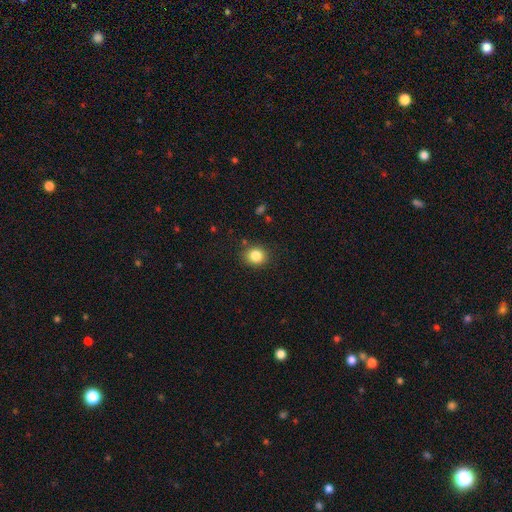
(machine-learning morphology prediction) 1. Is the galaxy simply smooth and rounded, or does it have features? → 84% smooth, 11% star or artifact, 5% featured or disk.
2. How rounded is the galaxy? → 77% round, 22% in between, 1% cigar-shaped.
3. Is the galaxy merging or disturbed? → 87% none, 9% minor disturbance, 3% major disturbance, 2% merger.